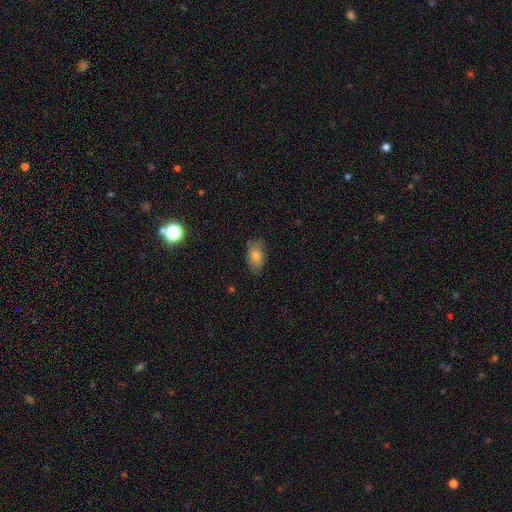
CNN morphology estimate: Smooth or featured? smooth (77%)
How rounded? in between (89%)
Merging? none (78%)